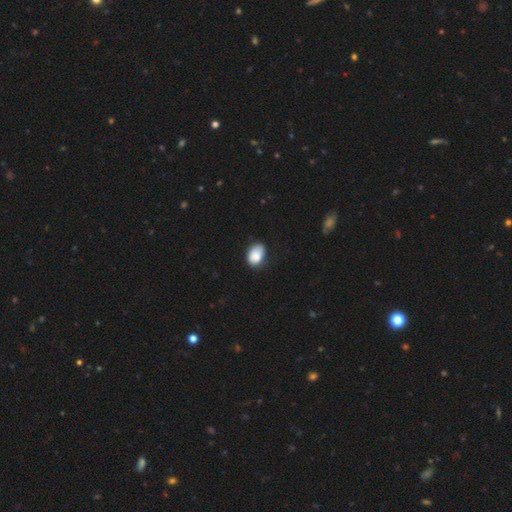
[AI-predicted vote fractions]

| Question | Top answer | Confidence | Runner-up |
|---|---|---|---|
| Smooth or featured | smooth | 86% | star or artifact (7%) |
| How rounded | in between | 84% | round (15%) |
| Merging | none | 64% | minor disturbance (29%) |